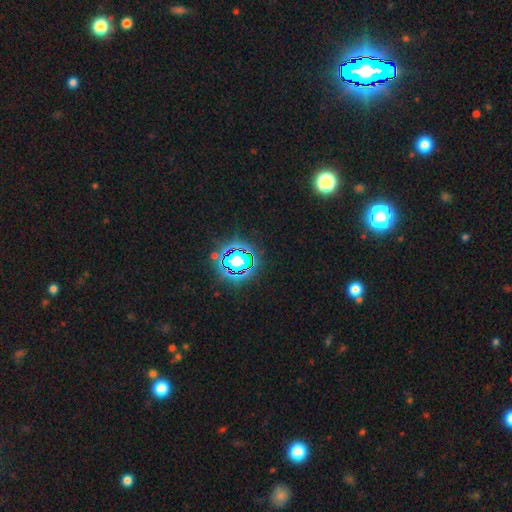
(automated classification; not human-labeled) smooth_or_featured: star or artifact (p=0.82) [alt: smooth p=0.12]